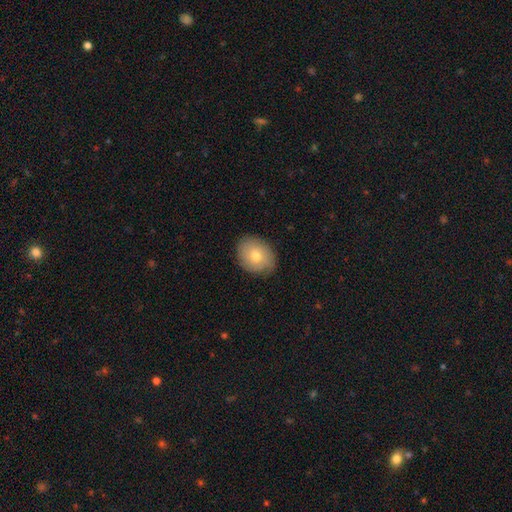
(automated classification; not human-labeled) A smooth galaxy with no disk features (64%) that is in between round and cigar-shaped (50%). Merging: none (81%).